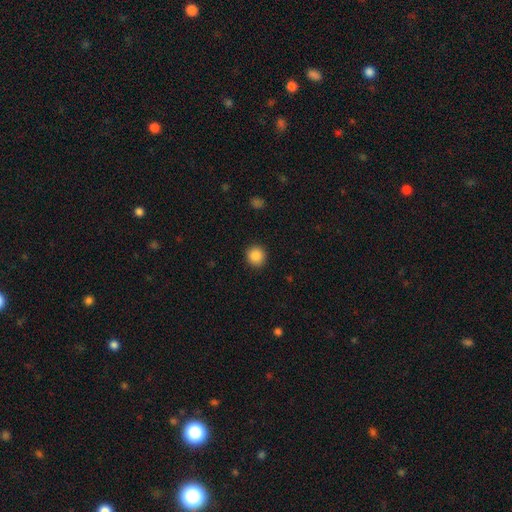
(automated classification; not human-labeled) A smooth galaxy with no disk features (88%) that is round (92%).

Vote fractions:
- Smooth or featured? smooth: 88% / star or artifact: 9% / featured or disk: 3%
- How rounded? round: 92% / in between: 7% / cigar-shaped: 1%
- Merging? none: 91% / minor disturbance: 6% / major disturbance: 2% / merger: 1%